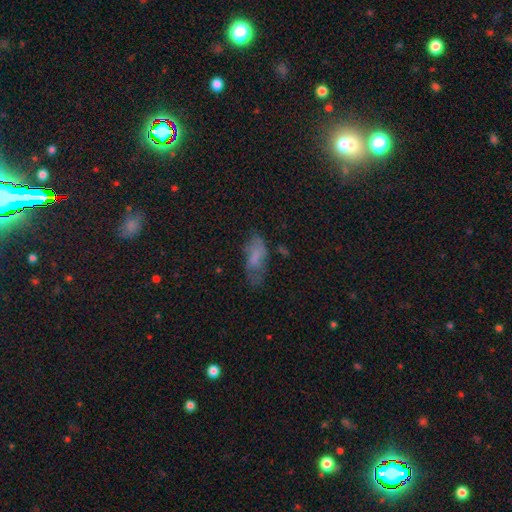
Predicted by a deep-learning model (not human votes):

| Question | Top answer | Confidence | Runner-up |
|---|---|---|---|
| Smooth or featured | smooth | 55% | featured or disk (33%) |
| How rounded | in between | 82% | cigar-shaped (15%) |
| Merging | none | 53% | minor disturbance (27%) |